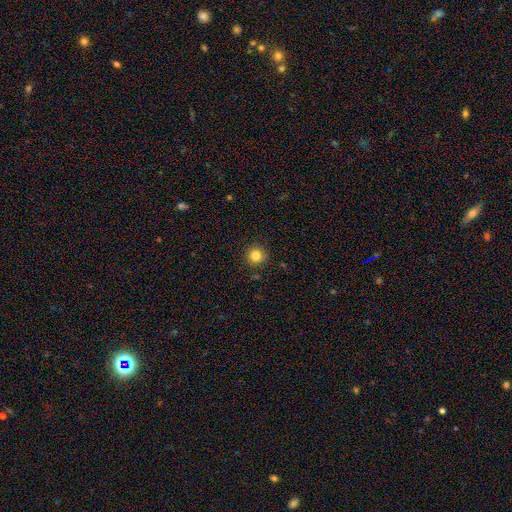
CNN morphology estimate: Smooth or featured: smooth — 83% (star or artifact — 12%)
How rounded: round — 95% (in between — 5%)
Merging: none — 89% (minor disturbance — 7%)